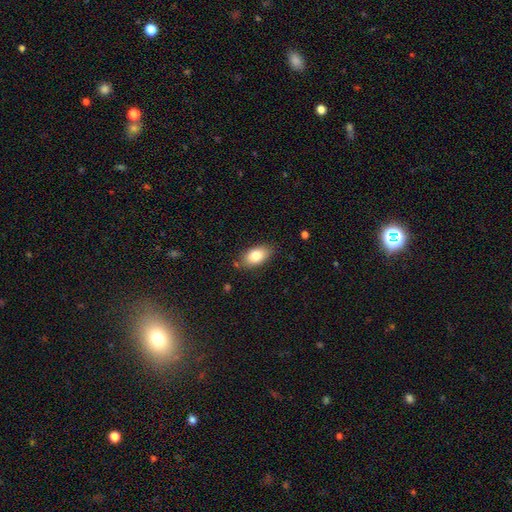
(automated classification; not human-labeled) Overall: smooth (81%). How rounded: in between (91%). Merging: none (82%).